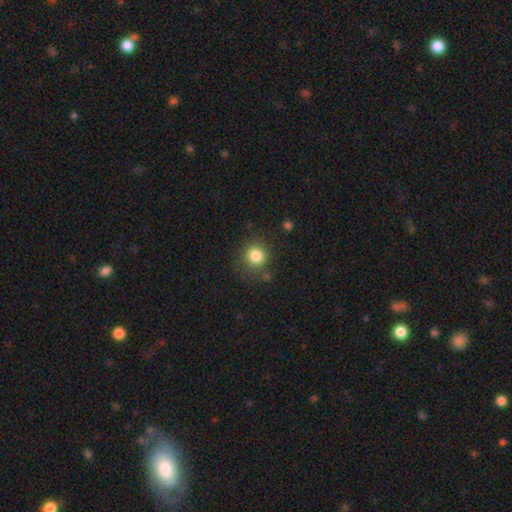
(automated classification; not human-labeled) Overall: smooth (83%). How rounded: round (90%). Merging: none (78%).